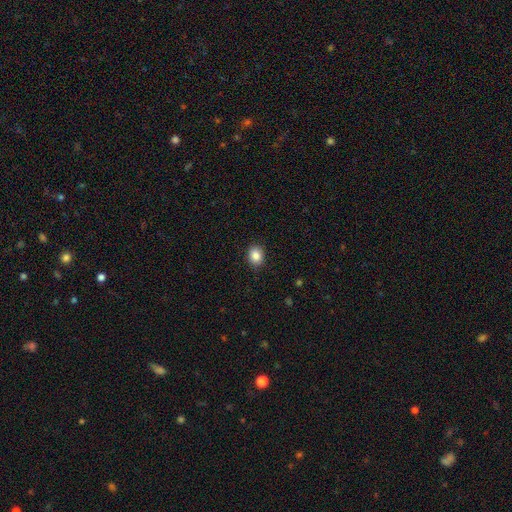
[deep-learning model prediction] This appears to be a smooth galaxy with no disk features (86%) that is round (55%). Merging: none (89%).